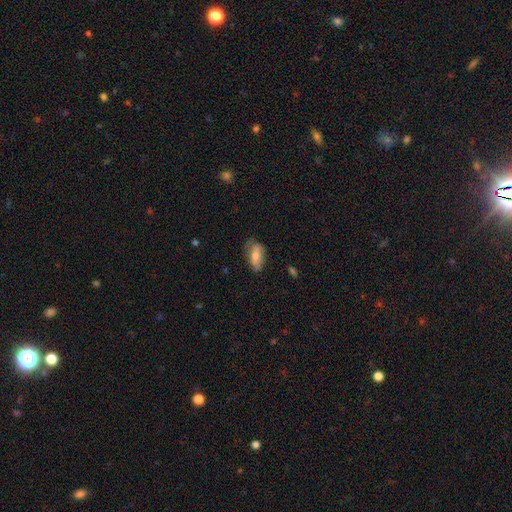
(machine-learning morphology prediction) Smooth or featured: smooth — 65% (featured or disk — 27%)
How rounded: in between — 88% (cigar-shaped — 8%)
Merging: none — 59% (minor disturbance — 30%)